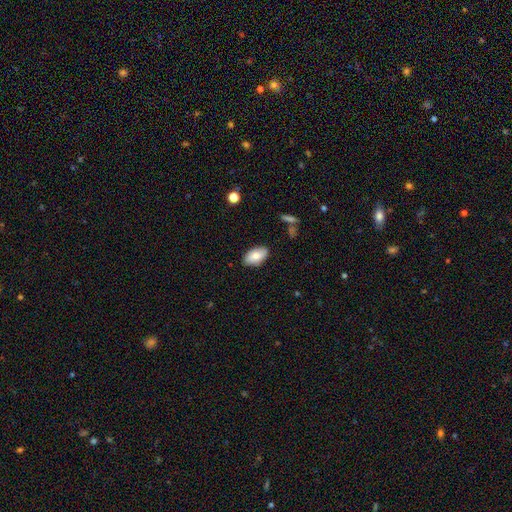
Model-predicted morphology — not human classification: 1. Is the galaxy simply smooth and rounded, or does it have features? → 80% smooth, 14% featured or disk, 7% star or artifact.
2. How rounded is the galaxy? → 94% in between, 4% round, 2% cigar-shaped.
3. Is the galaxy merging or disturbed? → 84% none, 12% minor disturbance, 2% major disturbance, 1% merger.